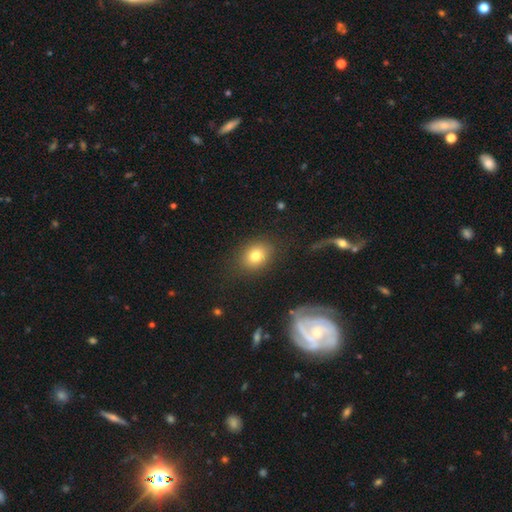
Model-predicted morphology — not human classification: Smooth or featured? Predicted: smooth (p=0.79). How rounded? Predicted: in between (p=0.52). Merging? Predicted: none (p=0.83).